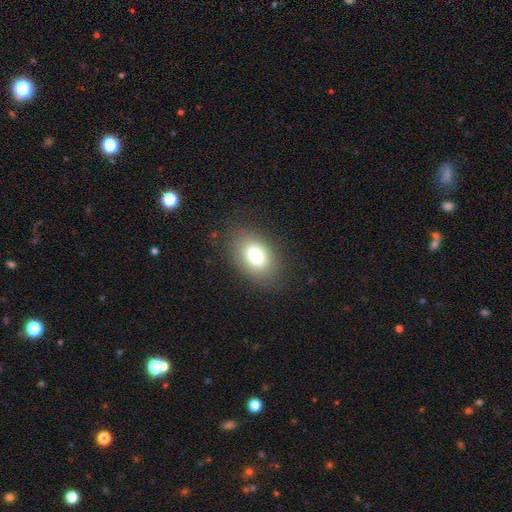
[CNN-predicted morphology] Smooth or featured: smooth — 77% (featured or disk — 13%)
How rounded: in between — 78% (round — 21%)
Merging: none — 83% (minor disturbance — 11%)